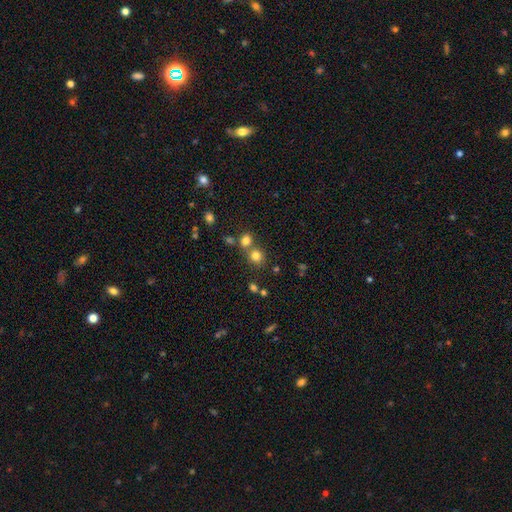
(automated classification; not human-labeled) This is likely a smooth galaxy (77%). How rounded: clearly round (87%). Merging: likely none (60%).